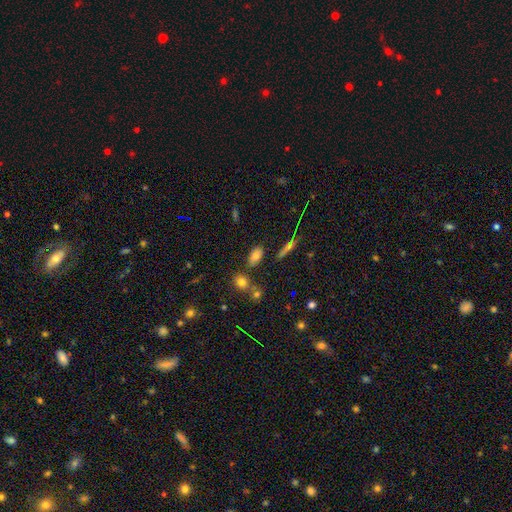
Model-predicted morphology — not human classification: Overall: smooth (74%). How rounded: in between (85%). Merging: none (75%).